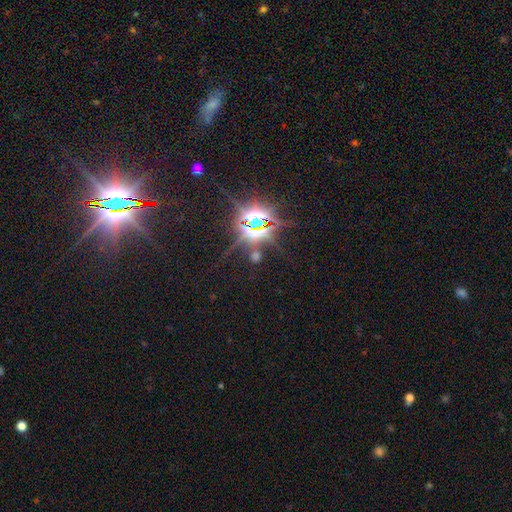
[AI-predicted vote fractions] The model was most divided on "smooth or featured": star or artifact: 81%, smooth: 10%, featured or disk: 9%.